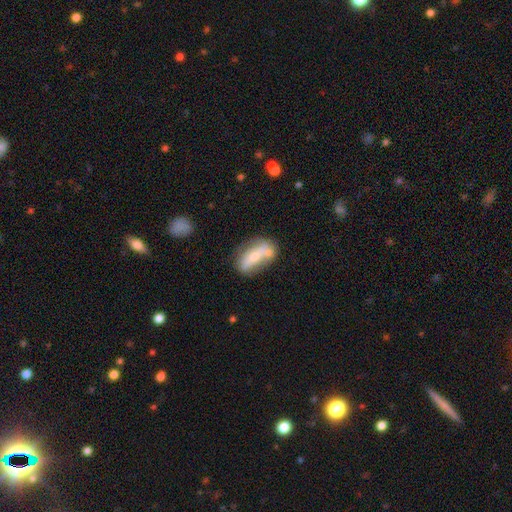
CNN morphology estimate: type=featured or disk (47%); merging=none (48%).